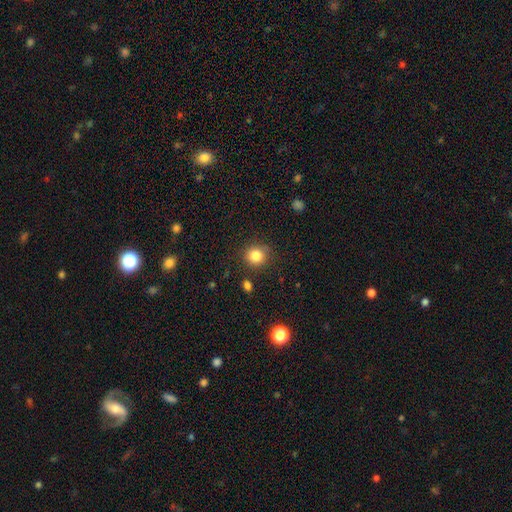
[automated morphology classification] A smooth galaxy with no disk features (83%) that is round (88%). Merging: none (85%).